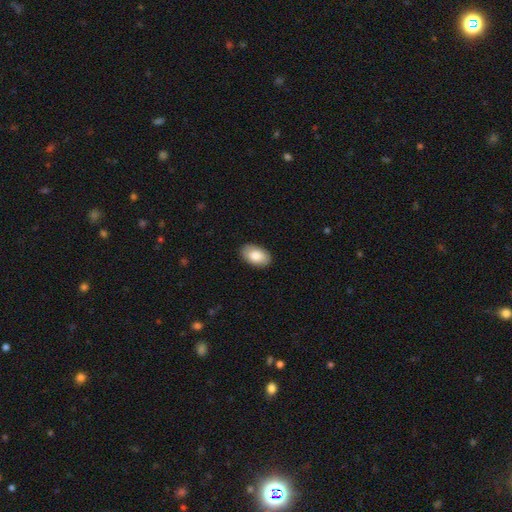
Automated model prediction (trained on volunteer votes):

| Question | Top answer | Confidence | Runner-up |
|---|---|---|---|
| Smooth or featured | smooth | 84% | featured or disk (10%) |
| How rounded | in between | 94% | round (5%) |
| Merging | none | 89% | minor disturbance (9%) |